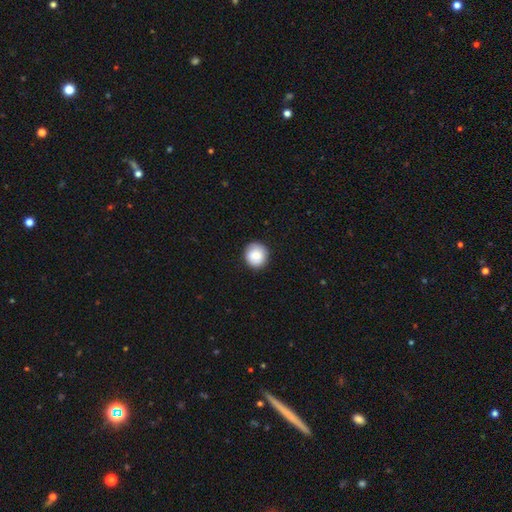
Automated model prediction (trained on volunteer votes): The model was most divided on "smooth or featured": smooth: 86%, star or artifact: 8%, featured or disk: 6%. More confident: how rounded — round (93%); merging — none (88%).